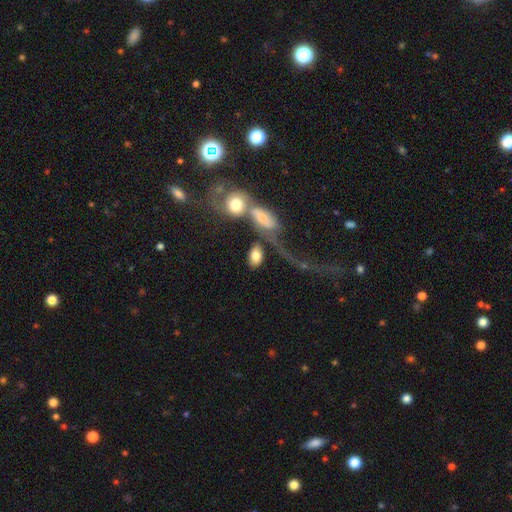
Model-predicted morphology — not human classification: type=smooth (75%); roundness=in between (86%); merging=none (38%).